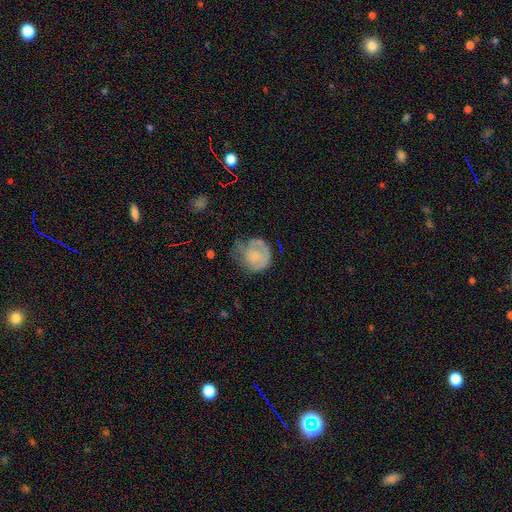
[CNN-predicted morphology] Smooth or featured? smooth (51%)
How rounded? round (81%)
Merging? none (40%)